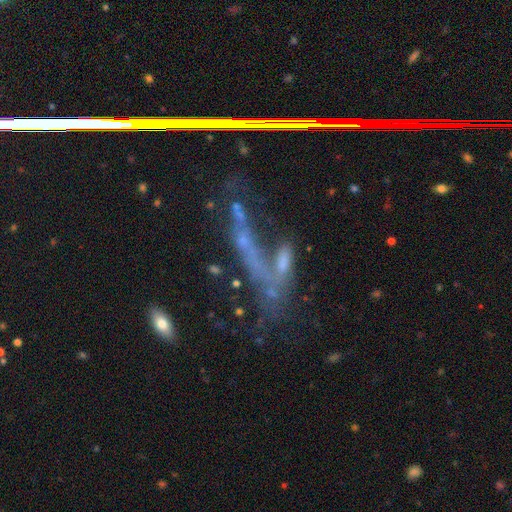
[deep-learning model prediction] A featured or disk galaxy (42%). Merging: none (39%).